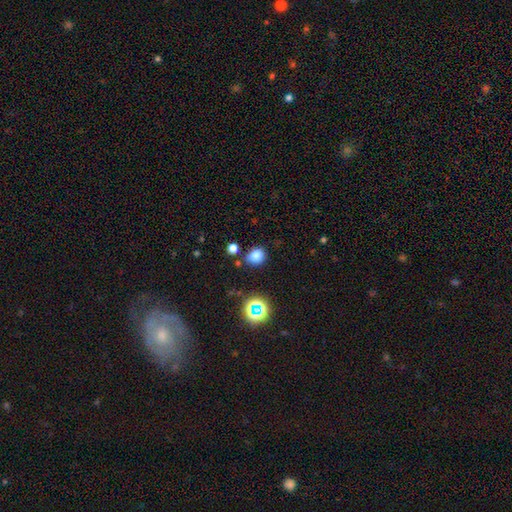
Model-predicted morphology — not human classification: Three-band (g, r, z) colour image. It shows a smooth galaxy with no disk features (79%) that is round (66%). Merging: none (75%).